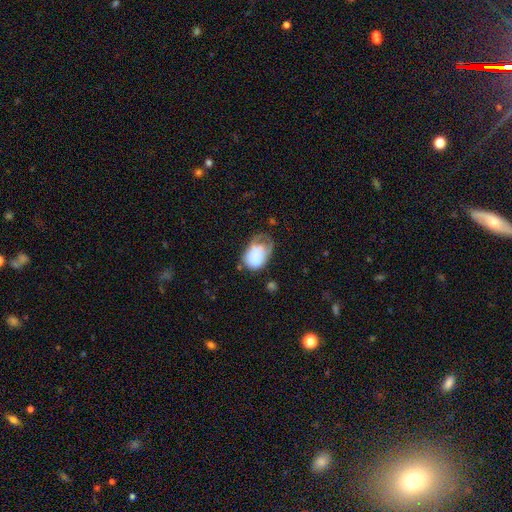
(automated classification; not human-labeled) smooth 67%, featured or disk 25%, star or artifact 8%. Down the decision tree: how rounded — in between (81%); merging — major disturbance (41%).